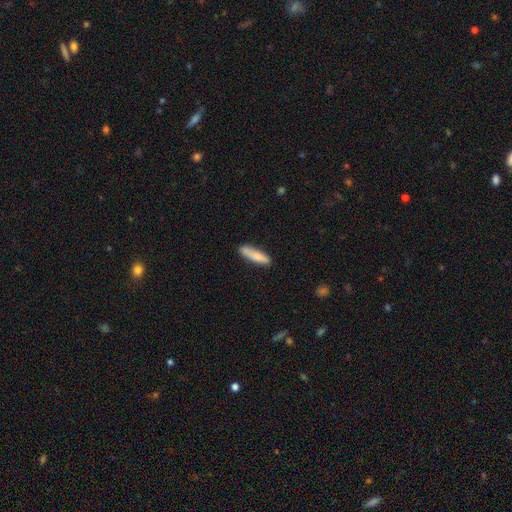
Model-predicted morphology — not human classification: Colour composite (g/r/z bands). It shows a smooth galaxy with no disk features (83%) that is cigar-shaped (73%). Merging: none (82%).